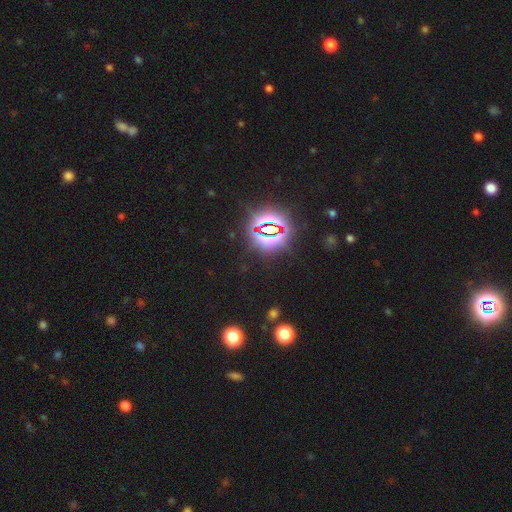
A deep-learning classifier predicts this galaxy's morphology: smooth_or_featured: star or artifact (p=0.83) [alt: smooth p=0.11]